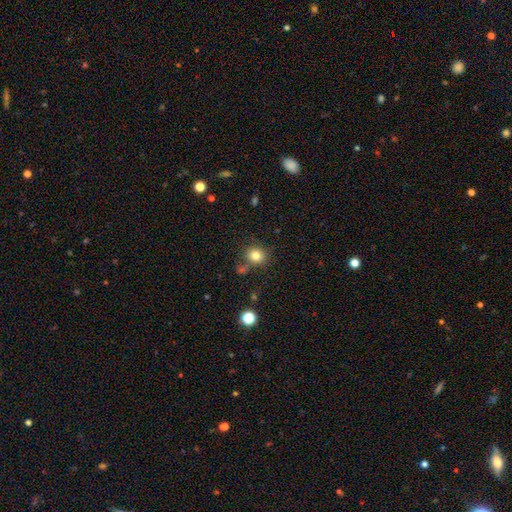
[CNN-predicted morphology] Smooth or featured: smooth — 81% (star or artifact — 12%)
How rounded: round — 83% (in between — 16%)
Merging: none — 75% (minor disturbance — 12%)